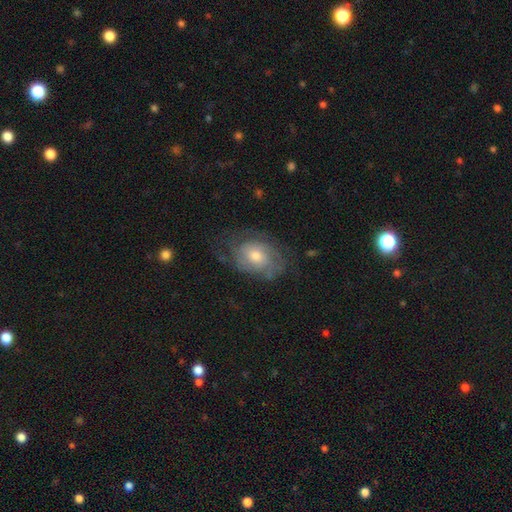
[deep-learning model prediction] This is likely a featured or disk galaxy (63%). It is clearly not viewed edge-on (96%). Bar: likely no (77%). Spiral arm pattern: likely yes (79%). Central bulge: likely moderate (63%). Merging: possibly none (59%).